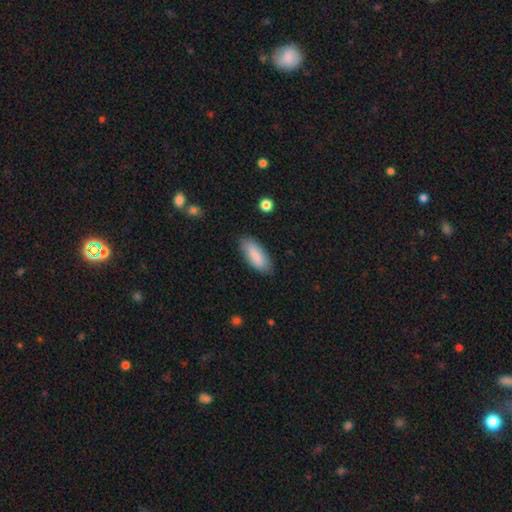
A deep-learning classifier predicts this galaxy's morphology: Smooth or featured: smooth — 84% (featured or disk — 10%)
How rounded: in between — 77% (cigar-shaped — 22%)
Merging: none — 84% (minor disturbance — 12%)